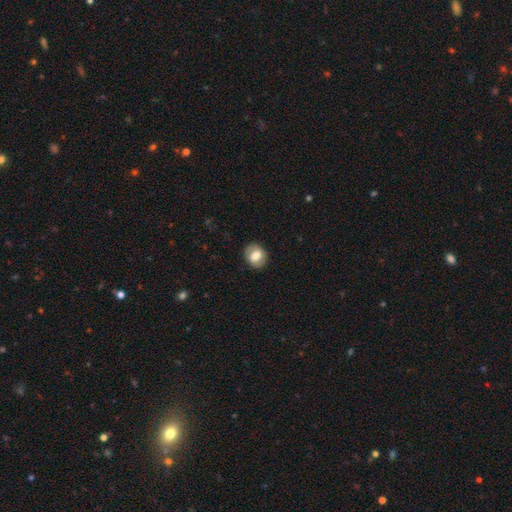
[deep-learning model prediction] smooth-or-featured: smooth: 67% | featured or disk: 25% | star or artifact: 8%
  how-rounded: round: 50% | in between: 49% | cigar-shaped: 1%
  merging: none: 85% | minor disturbance: 11% | major disturbance: 3% | merger: 1%